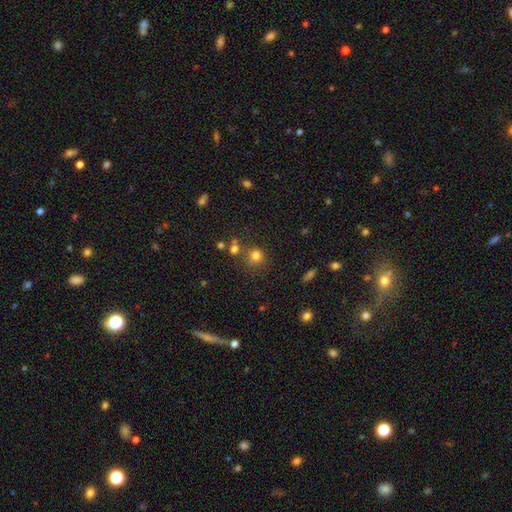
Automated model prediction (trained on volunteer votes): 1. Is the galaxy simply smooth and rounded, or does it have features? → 76% smooth, 16% star or artifact, 8% featured or disk.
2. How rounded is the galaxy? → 87% round, 12% in between, 1% cigar-shaped.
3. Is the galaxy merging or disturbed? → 66% none, 16% merger, 12% minor disturbance, 5% major disturbance.